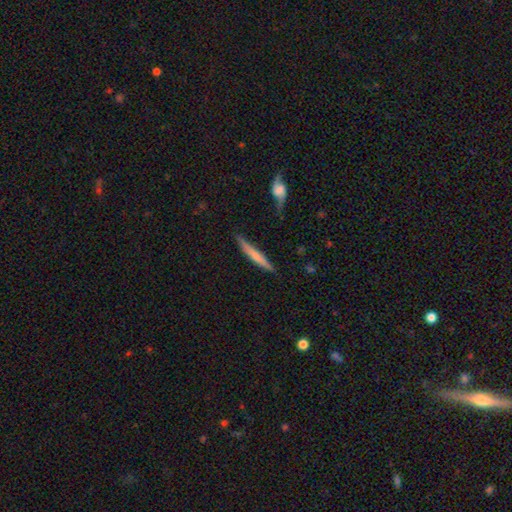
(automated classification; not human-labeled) A smooth galaxy with no disk features (53%) that is cigar-shaped (94%). Merging: none (78%).